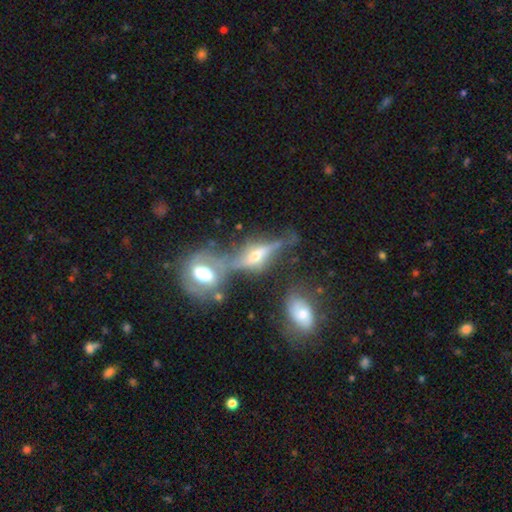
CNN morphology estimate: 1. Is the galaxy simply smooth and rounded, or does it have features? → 74% featured or disk, 15% smooth, 11% star or artifact.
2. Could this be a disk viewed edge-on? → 80% yes, 20% no.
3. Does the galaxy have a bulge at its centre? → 91% rounded, 6% boxy, 3% none.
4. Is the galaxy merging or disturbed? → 40% none, 35% merger, 15% minor disturbance, 11% major disturbance.